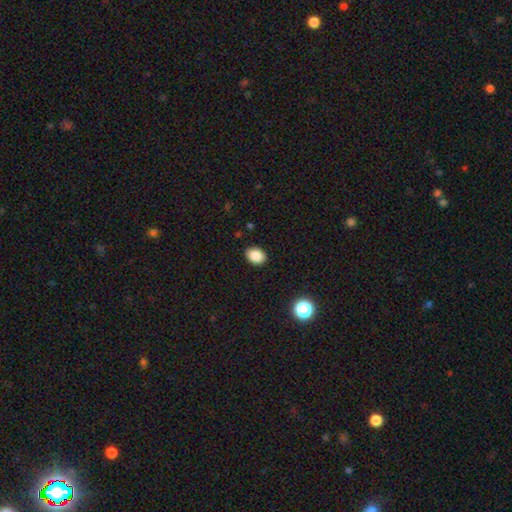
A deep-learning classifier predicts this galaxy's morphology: Q: Smooth or featured?
A: smooth (87%); runner-up: star or artifact (9%)
Q: How rounded?
A: in between (64%); runner-up: round (35%)
Q: Merging?
A: none (90%); runner-up: minor disturbance (7%)